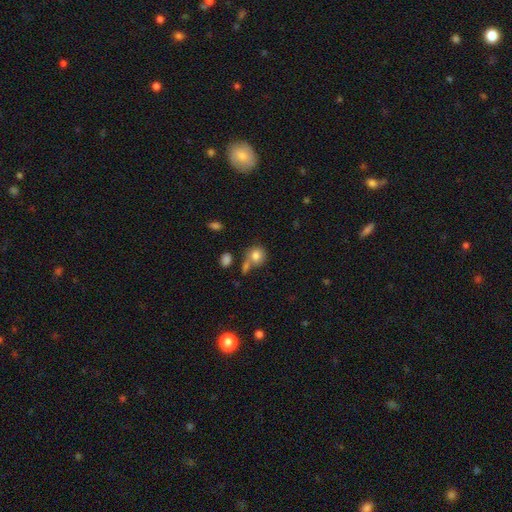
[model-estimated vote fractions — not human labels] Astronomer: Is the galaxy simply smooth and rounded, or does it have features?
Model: smooth — 80%.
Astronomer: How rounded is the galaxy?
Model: round — 80%.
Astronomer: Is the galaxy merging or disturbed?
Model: none — 57%.